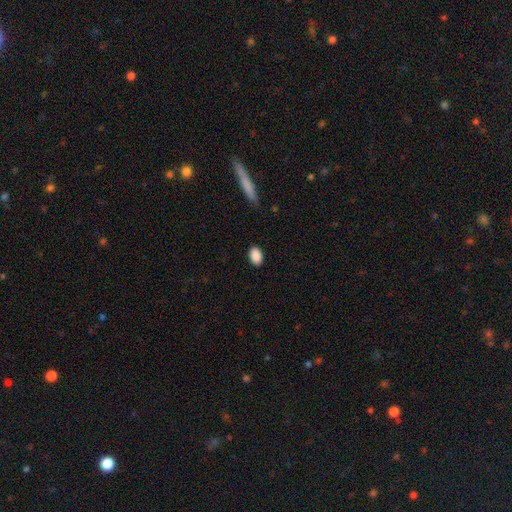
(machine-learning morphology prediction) This appears to be a smooth galaxy with no disk features (89%) that is in between round and cigar-shaped (86%). Merging: none (86%).